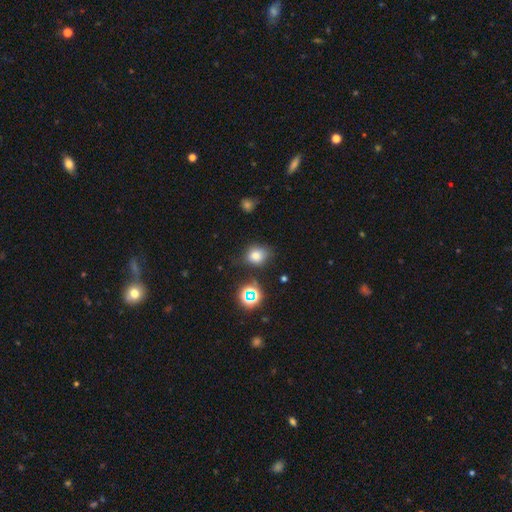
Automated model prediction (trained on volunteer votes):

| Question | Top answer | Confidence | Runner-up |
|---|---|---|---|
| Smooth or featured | smooth | 74% | star or artifact (18%) |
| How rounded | round | 60% | in between (39%) |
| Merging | none | 73% | minor disturbance (18%) |